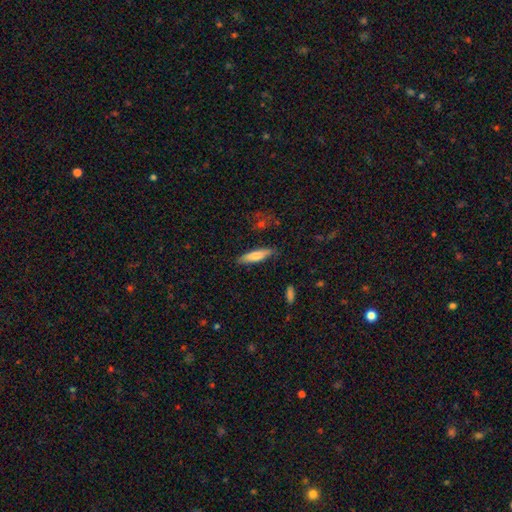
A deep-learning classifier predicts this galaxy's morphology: This is likely a smooth galaxy (74%). How rounded: likely cigar-shaped (74%). Merging: clearly none (82%).